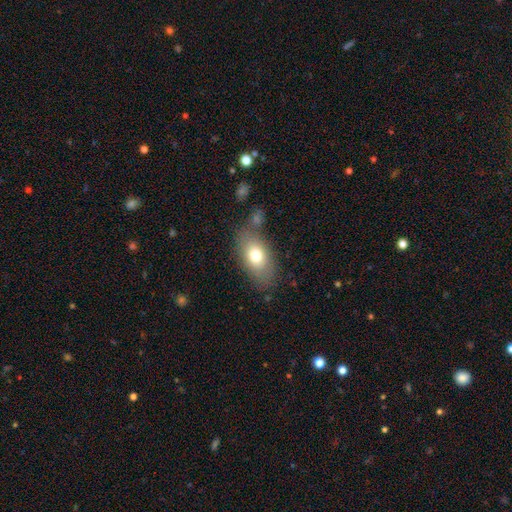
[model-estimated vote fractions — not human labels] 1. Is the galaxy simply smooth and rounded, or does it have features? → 73% smooth, 19% featured or disk, 9% star or artifact.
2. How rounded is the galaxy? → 86% in between, 11% round, 3% cigar-shaped.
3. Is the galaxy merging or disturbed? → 67% none, 16% minor disturbance, 11% merger, 6% major disturbance.